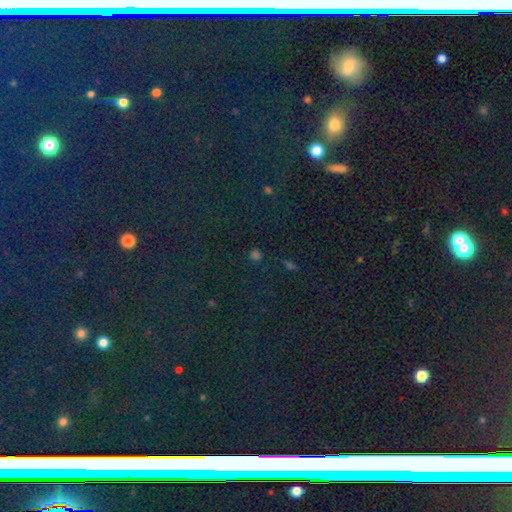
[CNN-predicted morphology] The model was most divided on "smooth or featured": star or artifact: 58%, smooth: 35%, featured or disk: 8%.